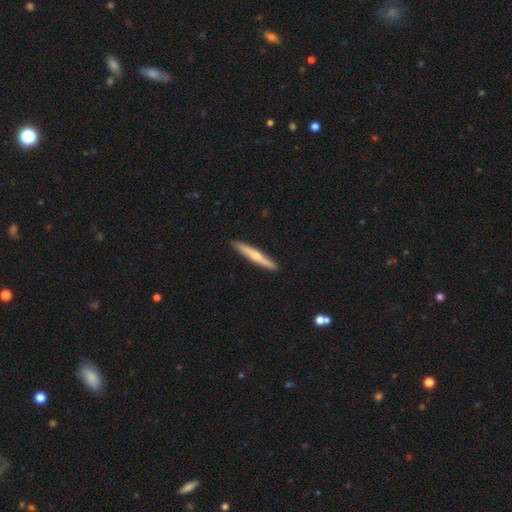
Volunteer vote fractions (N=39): Smooth or featured: featured or disk — 51% (smooth — 49%)
Edge-on disk: yes — 100%
Edge-on bulge: rounded — 85% (none — 10%)
Merging: none — 87% (minor disturbance — 10%)